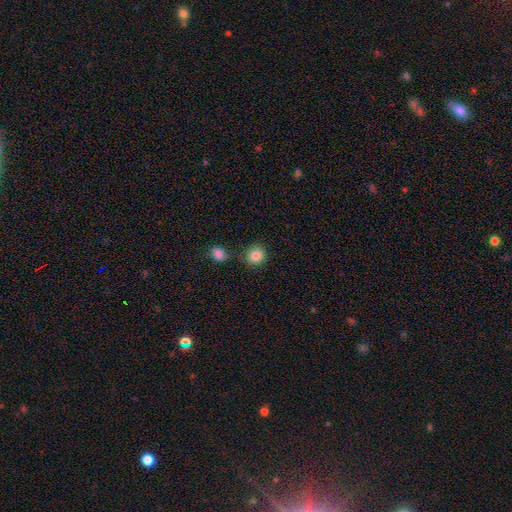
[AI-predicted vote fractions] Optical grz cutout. It shows a smooth galaxy with no disk features (85%) that is round (87%). Merging: none (77%).